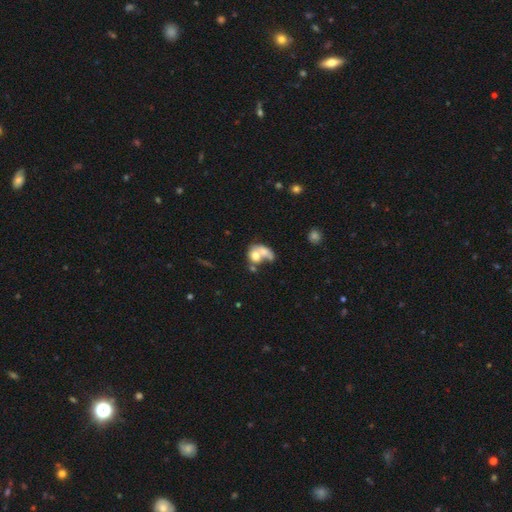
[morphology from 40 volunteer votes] This appears to be a smooth galaxy with no disk features (62%) that is in between round and cigar-shaped (68%). Merging: merger (84%).